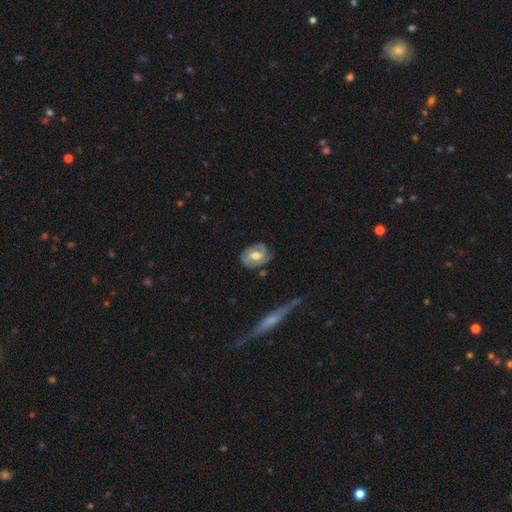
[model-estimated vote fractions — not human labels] This is likely a featured or disk galaxy (73%). It is clearly not viewed edge-on (96%). Bar: marginally weak (43%). Spiral arm pattern: clearly yes (89%). Spiral arm count: likely 2 (69%). Spiral winding: possibly tight (51%). Central bulge: likely moderate (74%). Merging: likely none (69%).